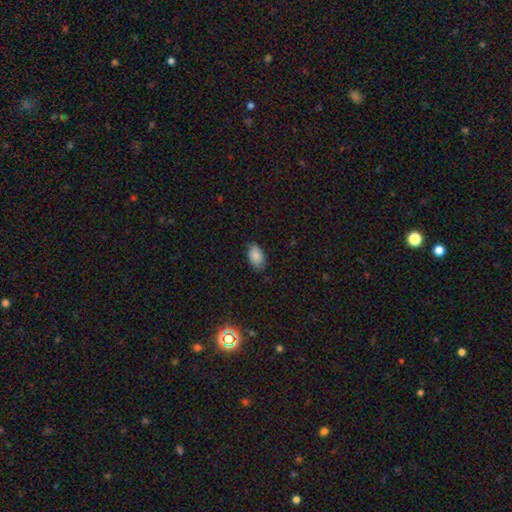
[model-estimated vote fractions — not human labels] Overall: smooth (86%). How rounded: in between (92%). Merging: none (80%).